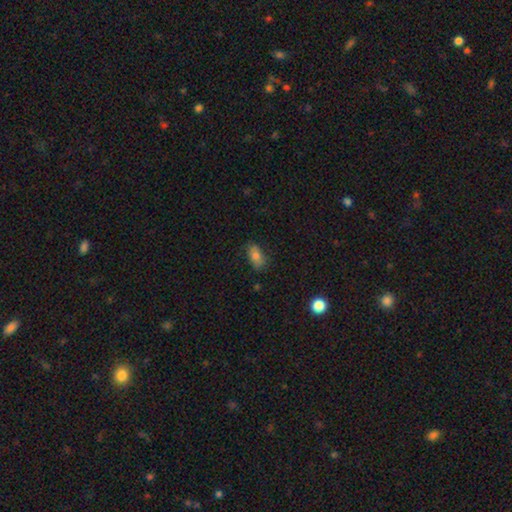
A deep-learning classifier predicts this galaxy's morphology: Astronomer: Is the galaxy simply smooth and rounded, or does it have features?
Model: smooth — 78%.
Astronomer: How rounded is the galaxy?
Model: in between — 89%.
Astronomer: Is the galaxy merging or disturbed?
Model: none — 77%.